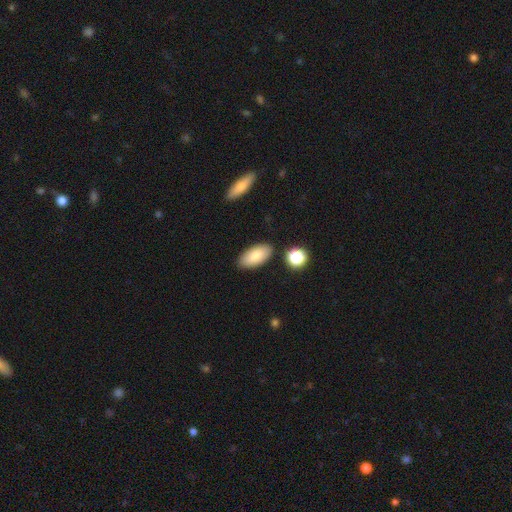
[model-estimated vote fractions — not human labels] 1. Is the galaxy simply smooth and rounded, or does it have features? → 84% smooth, 9% featured or disk, 7% star or artifact.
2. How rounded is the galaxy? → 92% in between, 6% cigar-shaped, 3% round.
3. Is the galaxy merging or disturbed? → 84% none, 10% minor disturbance, 4% merger, 2% major disturbance.